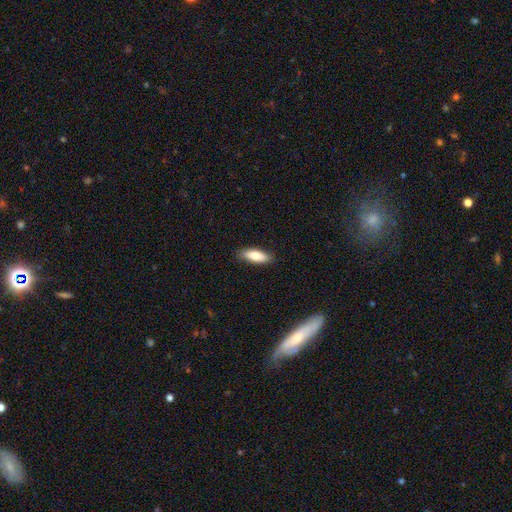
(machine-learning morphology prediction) Smooth or featured? smooth (79%)
How rounded? in between (68%)
Merging? none (87%)